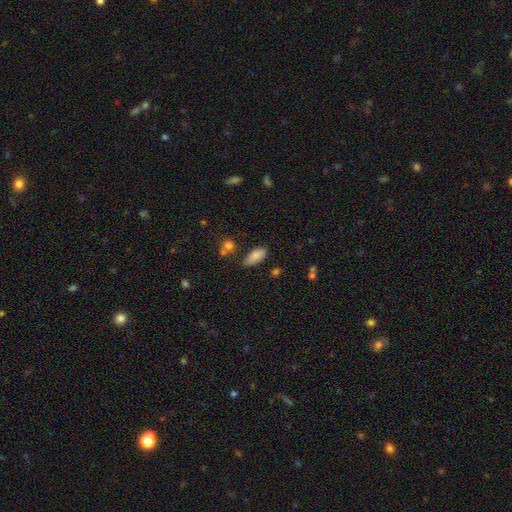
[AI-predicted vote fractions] smooth_or_featured: smooth (p=0.84) [alt: star or artifact p=0.08]
how_rounded: in between (p=0.88) [alt: cigar-shaped p=0.10]
merging: none (p=0.68) [alt: minor disturbance p=0.22]